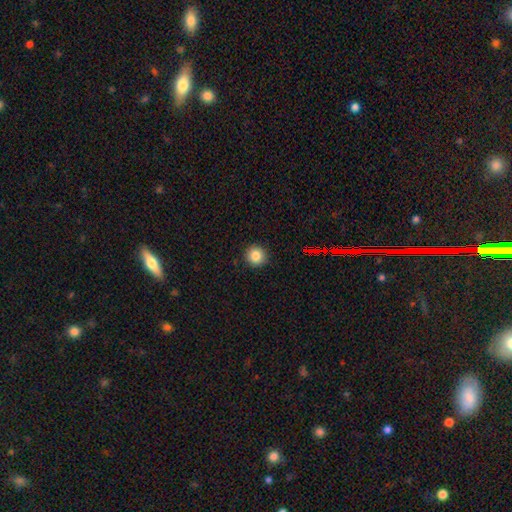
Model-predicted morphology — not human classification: type=smooth (84%); roundness=round (94%); merging=none (92%).